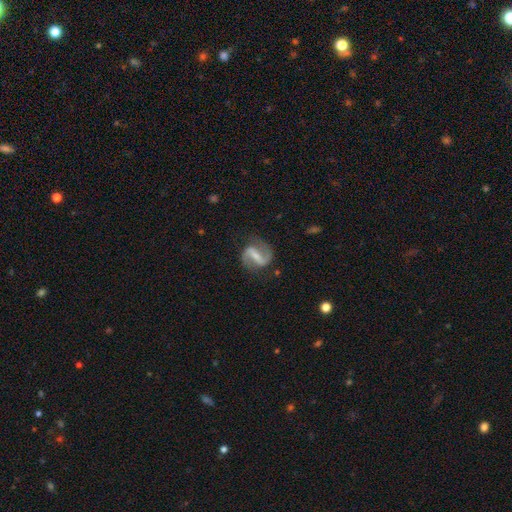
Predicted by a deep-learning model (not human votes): Smooth or featured? featured or disk (87%)
Edge-on disk? no (97%)
Bar? strong (61%)
Spiral arms? yes (95%)
Spiral winding? medium (48%)
Spiral arm count? 2 (92%)
Bulge size? small (50%)
Merging? none (79%)